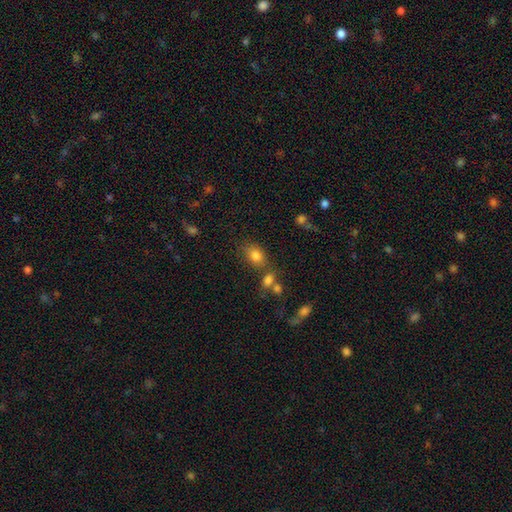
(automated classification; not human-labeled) The model was most divided on "how rounded": in between: 71%, round: 27%, cigar-shaped: 1%. More confident: smooth or featured — smooth (81%); merging — none (65%).